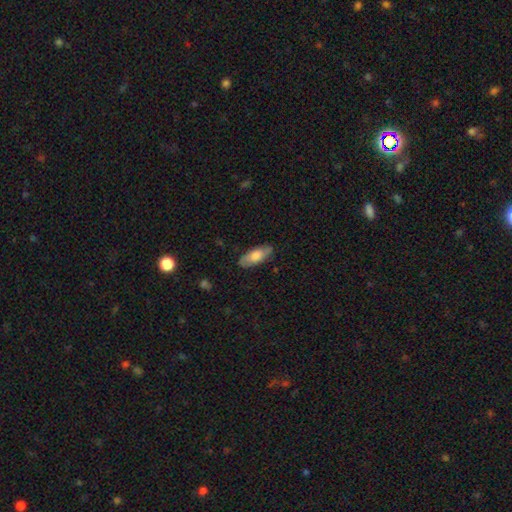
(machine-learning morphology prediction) Smooth or featured: smooth — 68% (featured or disk — 26%)
How rounded: in between — 74% (cigar-shaped — 24%)
Merging: none — 82% (minor disturbance — 14%)